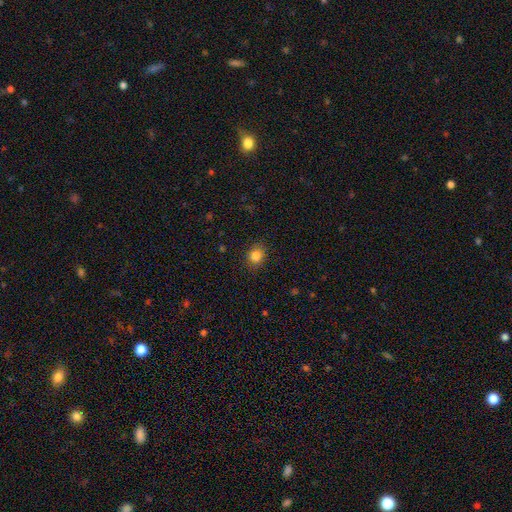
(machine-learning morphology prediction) smooth_or_featured: smooth (p=0.84) [alt: star or artifact p=0.11]
how_rounded: round (p=0.67) [alt: in between p=0.32]
merging: none (p=0.86) [alt: minor disturbance p=0.11]